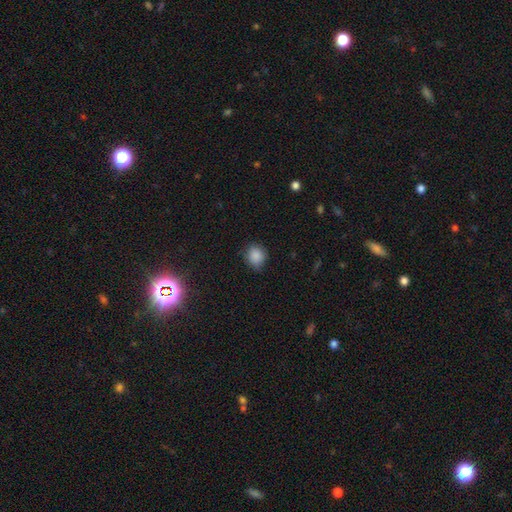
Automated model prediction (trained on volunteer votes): This appears to be a smooth galaxy with no disk features (87%) that is round (78%). Merging: none (79%).